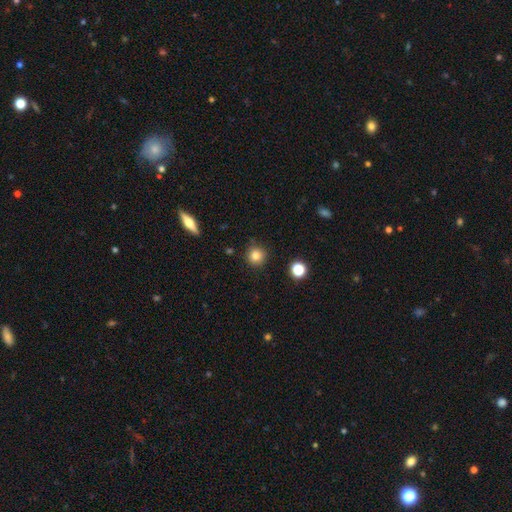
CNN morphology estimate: type=smooth (82%); roundness=round (94%); merging=none (89%).